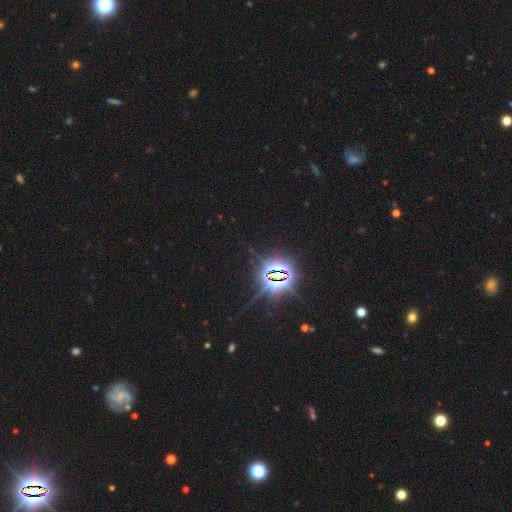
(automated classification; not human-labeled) smooth-or-featured: star or artifact: 85% | smooth: 9% | featured or disk: 6%